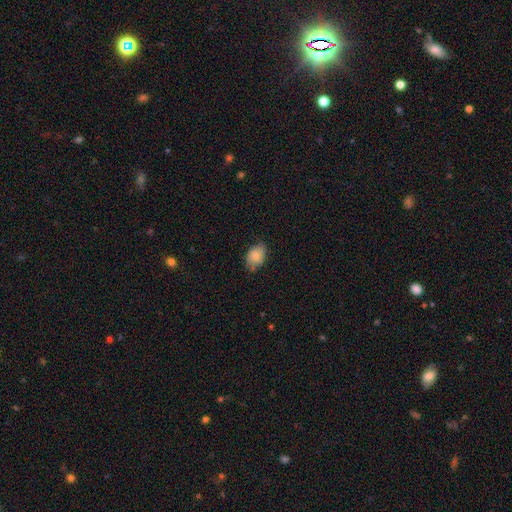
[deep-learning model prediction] Smooth or featured? smooth (82%)
How rounded? in between (77%)
Merging? none (68%)